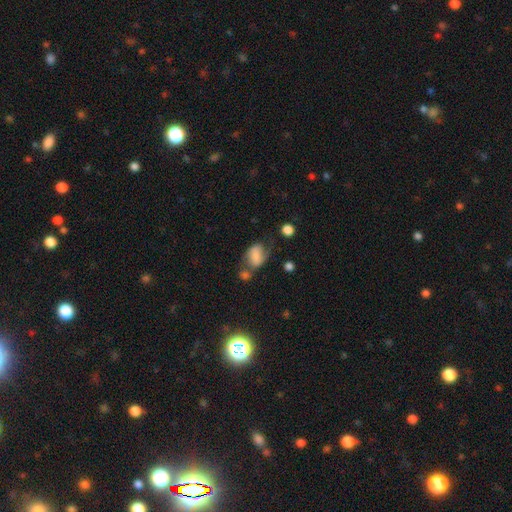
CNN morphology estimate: This is likely a smooth galaxy (66%). How rounded: likely in between (77%). Merging: marginally none (35%).